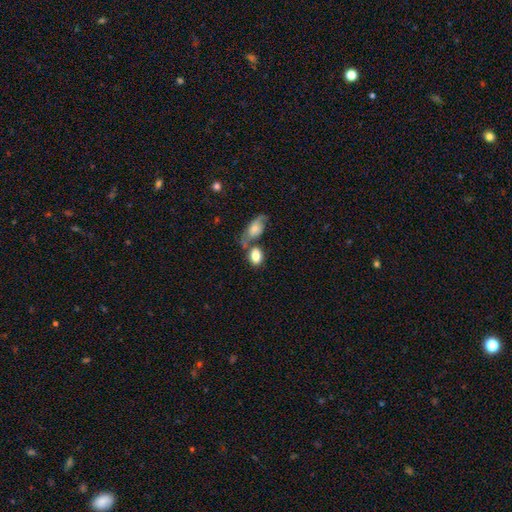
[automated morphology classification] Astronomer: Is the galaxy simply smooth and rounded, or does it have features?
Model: smooth — 80%.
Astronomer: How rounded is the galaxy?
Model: in between — 82%.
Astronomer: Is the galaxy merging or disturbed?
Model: none — 43% (runner-up: merger, 37%).